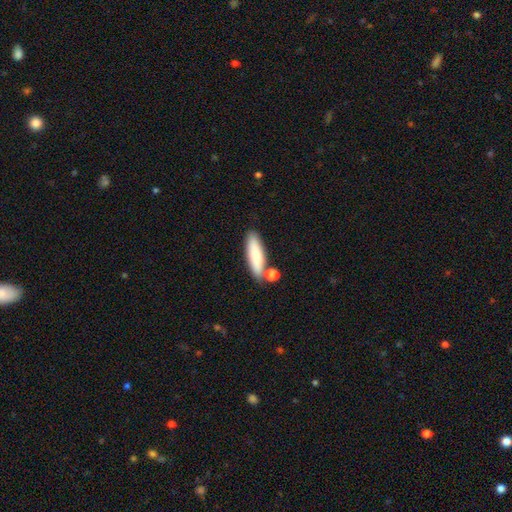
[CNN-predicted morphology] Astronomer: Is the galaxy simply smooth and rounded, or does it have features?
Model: smooth — 82%.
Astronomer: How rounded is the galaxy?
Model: cigar-shaped — 57% (runner-up: in between, 41%).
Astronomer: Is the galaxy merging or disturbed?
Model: none — 72%.